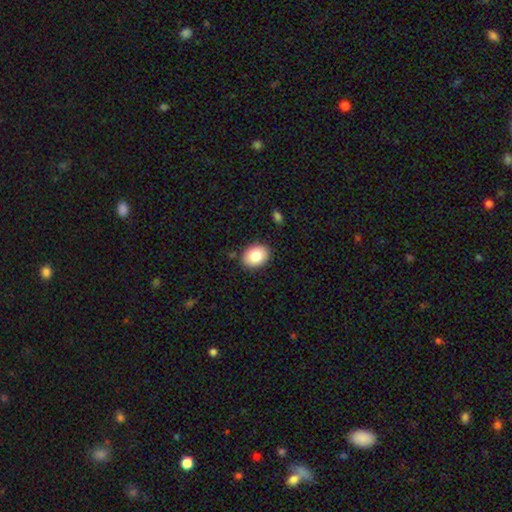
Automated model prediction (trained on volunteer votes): Morphology: type=smooth (85%); roundness=in between (69%); merging=none (87%).